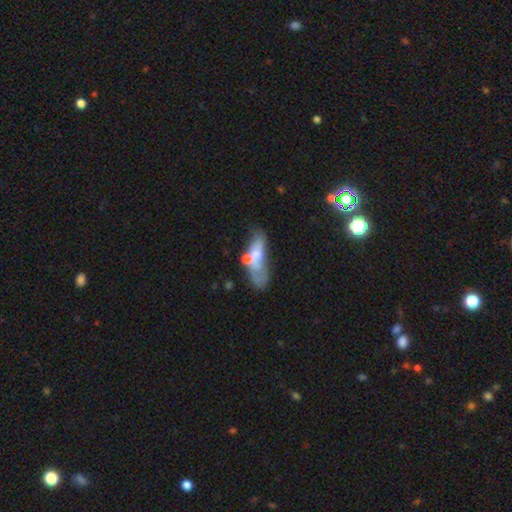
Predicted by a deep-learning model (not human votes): The model was most divided on "smooth or featured": smooth: 48%, featured or disk: 43%, star or artifact: 9%. Remaining: merging — merger (34%).